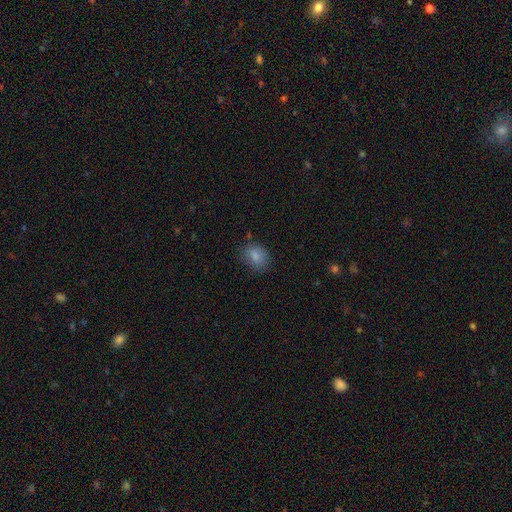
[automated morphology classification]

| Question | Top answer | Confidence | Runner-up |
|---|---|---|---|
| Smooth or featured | smooth | 83% | star or artifact (10%) |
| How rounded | in between | 61% | round (37%) |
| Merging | none | 75% | minor disturbance (18%) |